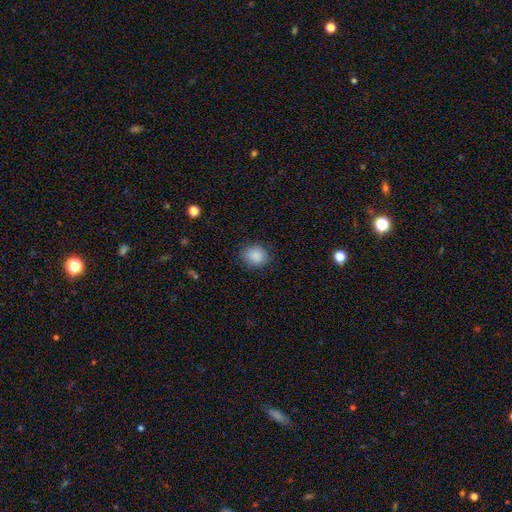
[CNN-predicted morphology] Overall: smooth (88%). How rounded: round (73%). Merging: none (85%).